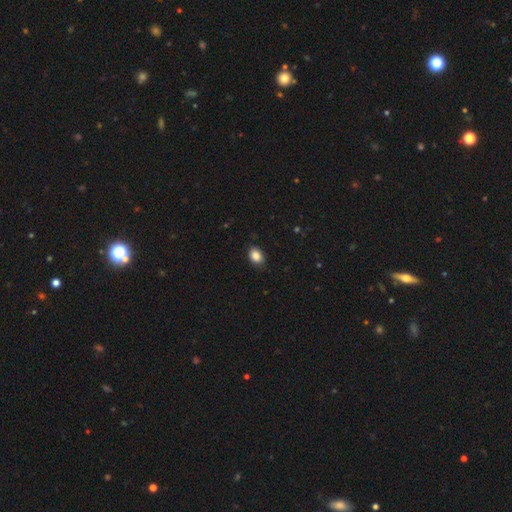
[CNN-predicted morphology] Smooth or featured? smooth (87%)
How rounded? in between (75%)
Merging? none (86%)